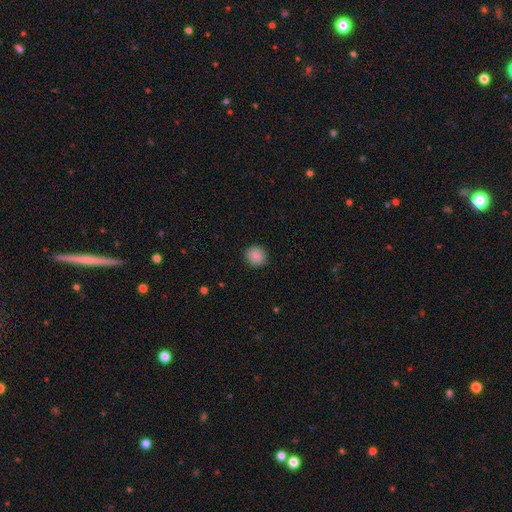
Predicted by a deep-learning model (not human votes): The model was most divided on "smooth or featured": smooth: 88%, star or artifact: 8%, featured or disk: 3%. More confident: merging — none (91%); how rounded — round (91%).